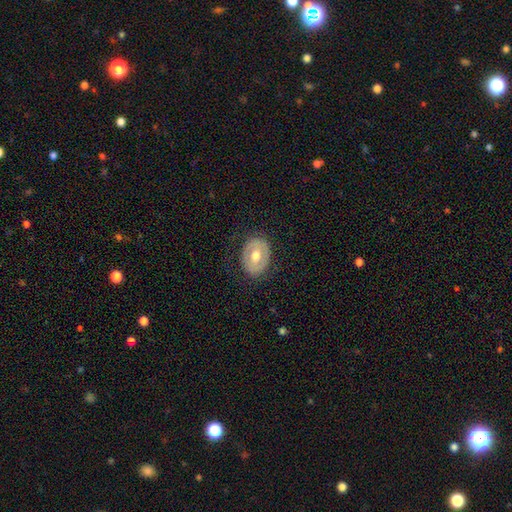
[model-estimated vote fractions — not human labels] The model was most divided on "smooth or featured": featured or disk: 48%, smooth: 46%, star or artifact: 6%. More confident: merging — none (81%).